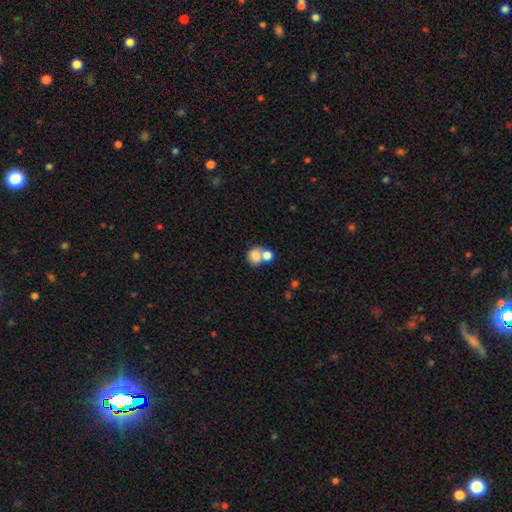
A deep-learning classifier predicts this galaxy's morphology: This appears to be a smooth galaxy with no disk features (78%) that is round (69%). Merging: merger (57%).